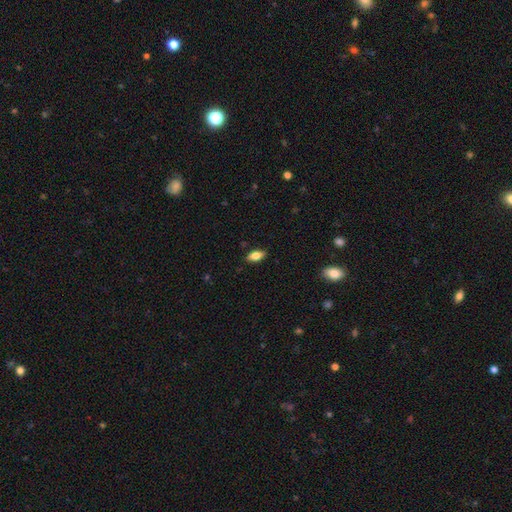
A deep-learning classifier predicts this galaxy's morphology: Smooth or featured?
  - smooth: 78% *
  - featured or disk: 14%
  - star or artifact: 8%
How rounded?
  - in between: 88% *
  - cigar-shaped: 9%
  - round: 3%
Merging?
  - none: 87% *
  - minor disturbance: 10%
  - major disturbance: 2%
  - merger: 1%